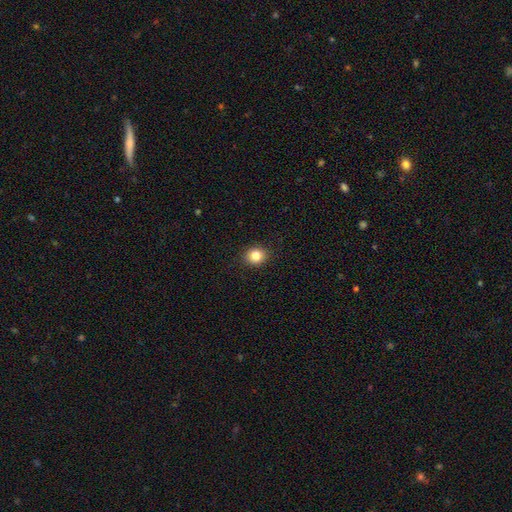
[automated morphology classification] The model was most divided on "how rounded": round: 75%, in between: 24%, cigar-shaped: 1%. More confident: merging — none (90%); smooth or featured — smooth (84%).